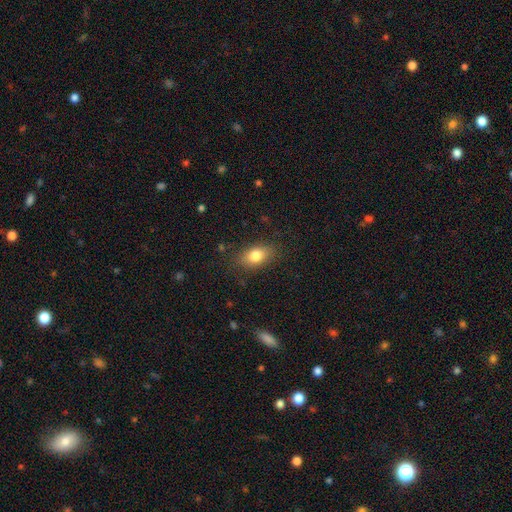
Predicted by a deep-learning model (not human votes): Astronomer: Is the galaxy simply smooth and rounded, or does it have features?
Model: smooth — 80%.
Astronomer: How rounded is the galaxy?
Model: in between — 84%.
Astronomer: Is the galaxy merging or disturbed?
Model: none — 83%.